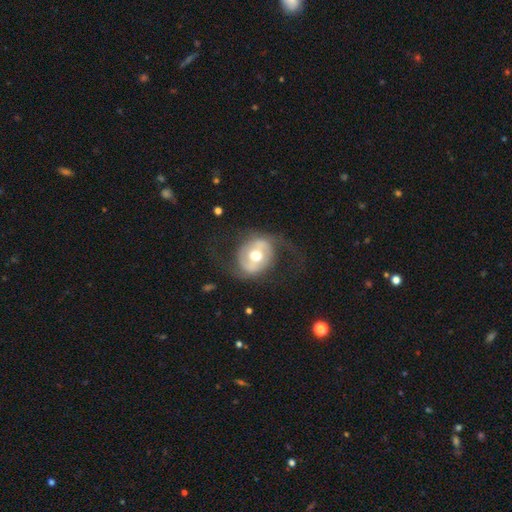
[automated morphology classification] This appears to be a featured or disk galaxy (68%) with no bar (38%), spiral arms (64%) and a moderate central bulge (74%). Merging: none (61%).